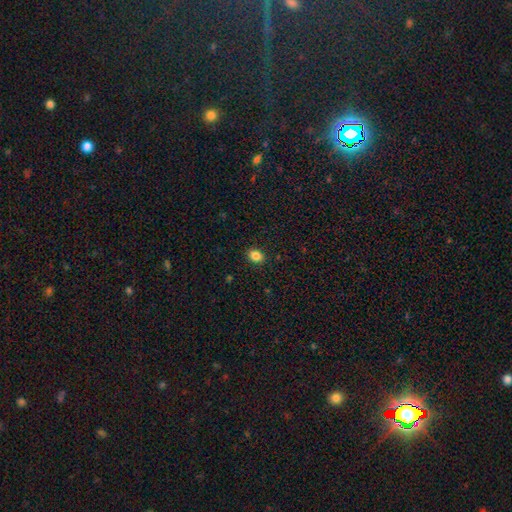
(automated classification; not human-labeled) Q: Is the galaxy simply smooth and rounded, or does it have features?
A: smooth — 85%.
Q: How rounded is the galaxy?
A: in between — 60%.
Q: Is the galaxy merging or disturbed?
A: none — 89%.